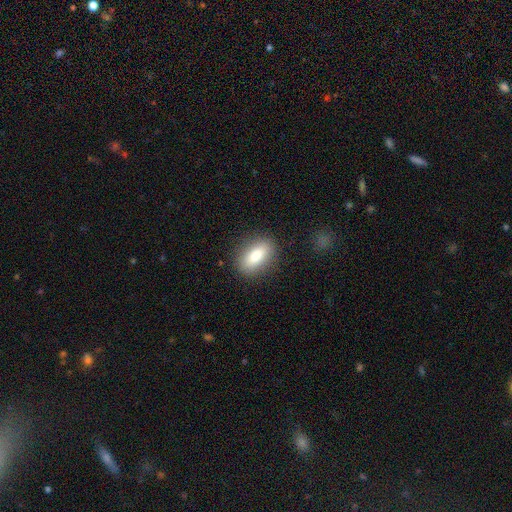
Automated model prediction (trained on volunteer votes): This appears to be a smooth galaxy with no disk features (80%) that is in between round and cigar-shaped (82%). Merging: none (87%).